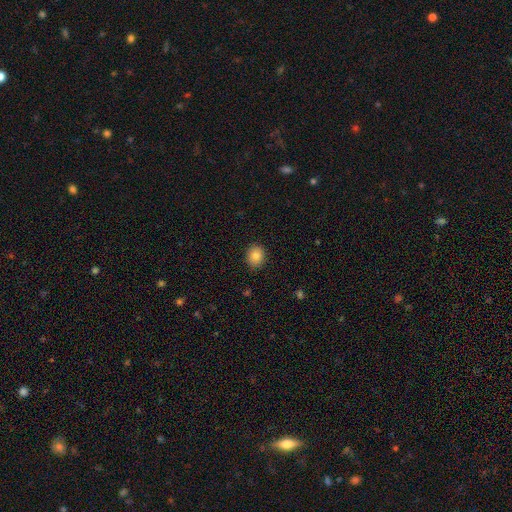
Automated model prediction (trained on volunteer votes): The model was most divided on "how rounded": round: 66%, in between: 33%, cigar-shaped: 1%. More confident: merging — none (89%); smooth or featured — smooth (85%).